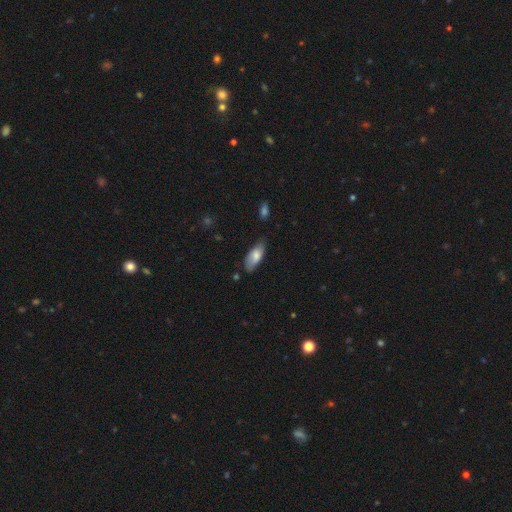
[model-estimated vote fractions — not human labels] Smooth or featured? Predicted: smooth (p=0.76). How rounded? Predicted: in between (p=0.83). Merging? Predicted: none (p=0.60).